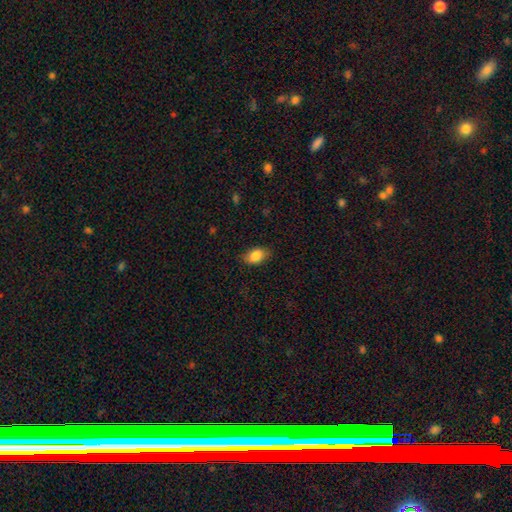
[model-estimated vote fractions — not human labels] smooth 85%, featured or disk 7%, star or artifact 7%. Down the decision tree: how rounded — in between (89%); merging — none (82%).